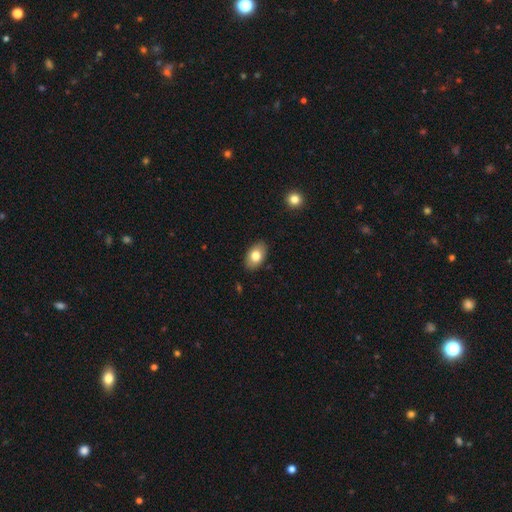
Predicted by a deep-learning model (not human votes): Smooth or featured?
  - smooth: 78% *
  - featured or disk: 15%
  - star or artifact: 7%
How rounded?
  - in between: 90% *
  - round: 9%
  - cigar-shaped: 1%
Merging?
  - none: 87% *
  - minor disturbance: 10%
  - major disturbance: 2%
  - merger: 1%